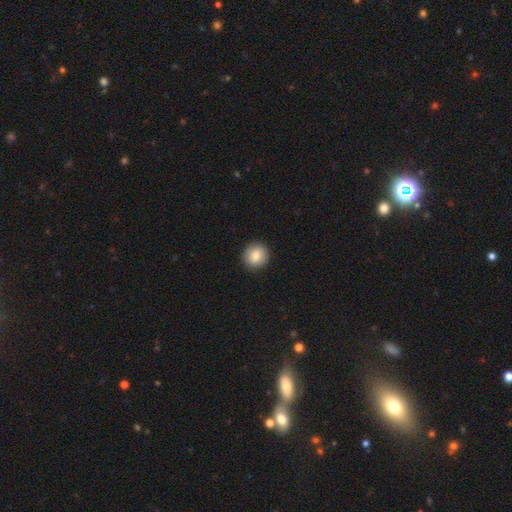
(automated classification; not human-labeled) A smooth galaxy with no disk features (82%) that is round (92%).

Vote fractions:
- Smooth or featured? smooth: 82% / featured or disk: 9% / star or artifact: 8%
- How rounded? round: 92% / in between: 7% / cigar-shaped: 1%
- Merging? none: 92% / minor disturbance: 5% / major disturbance: 2% / merger: 1%